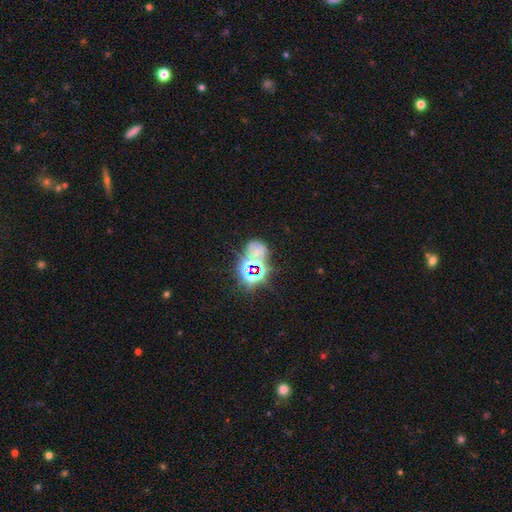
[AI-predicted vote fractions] This appears to be a star or artifact, not a galaxy (60%).